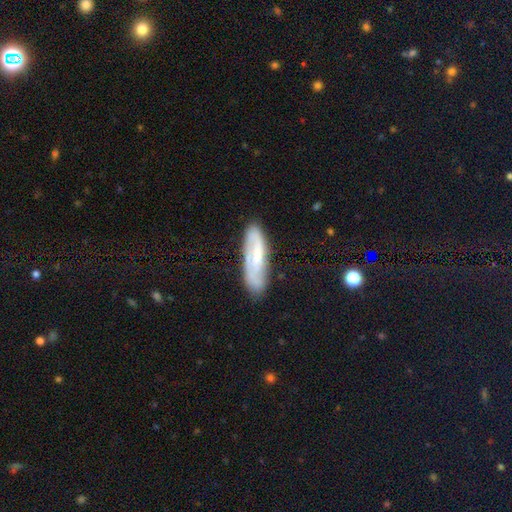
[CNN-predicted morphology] This is possibly a featured or disk galaxy (56%). It is likely not viewed edge-on (75%). Merging: likely none (76%).